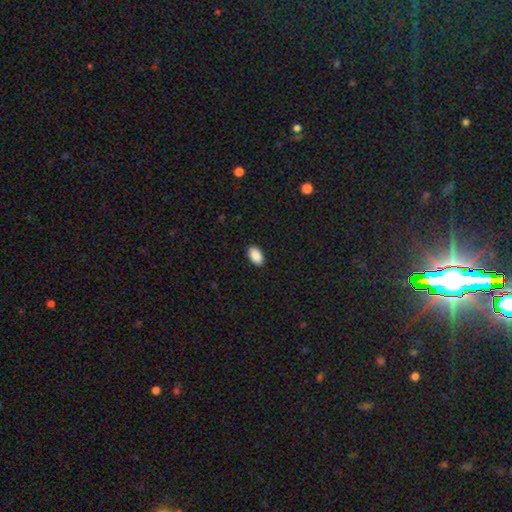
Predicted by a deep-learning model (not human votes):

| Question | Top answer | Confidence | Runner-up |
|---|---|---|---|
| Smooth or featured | smooth | 90% | star or artifact (7%) |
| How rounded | in between | 94% | round (5%) |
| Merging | none | 90% | minor disturbance (7%) |